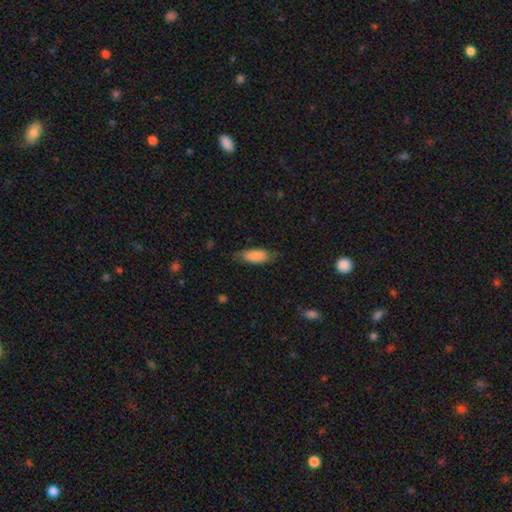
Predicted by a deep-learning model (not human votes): This is clearly a smooth galaxy (84%). How rounded: clearly in between (84%). Merging: likely none (69%).